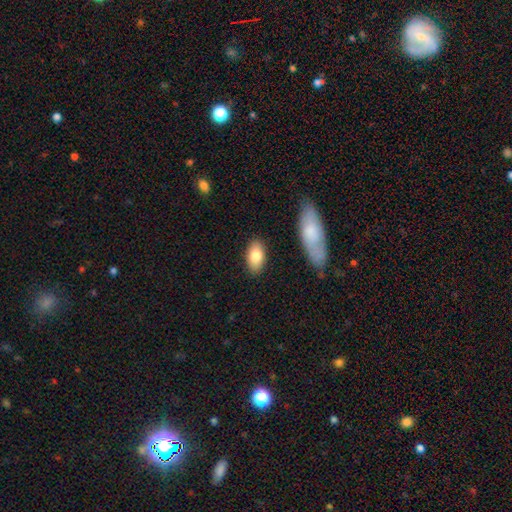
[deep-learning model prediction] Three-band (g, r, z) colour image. It shows a smooth galaxy with no disk features (83%) that is in between round and cigar-shaped (92%). Merging: none (85%).